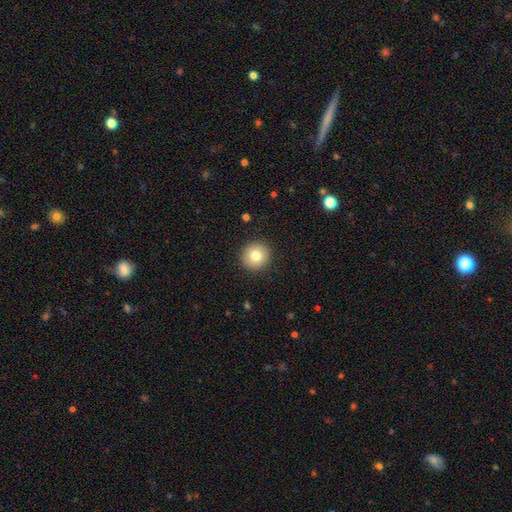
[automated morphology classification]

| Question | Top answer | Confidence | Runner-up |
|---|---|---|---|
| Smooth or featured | smooth | 80% | featured or disk (11%) |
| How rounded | round | 95% | in between (4%) |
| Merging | none | 92% | minor disturbance (5%) |